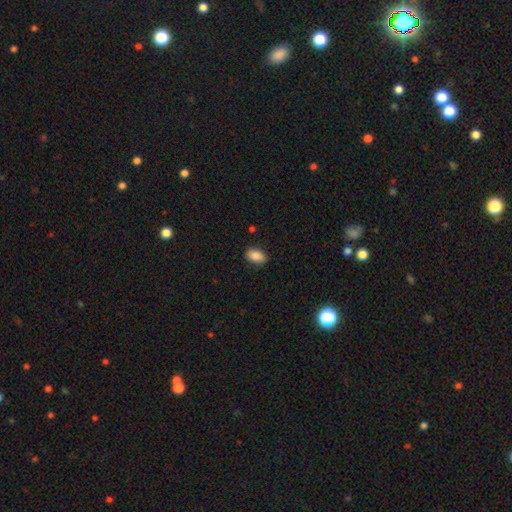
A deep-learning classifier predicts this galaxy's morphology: A smooth galaxy with no disk features (86%) that is in between round and cigar-shaped (91%). Merging: none (88%).